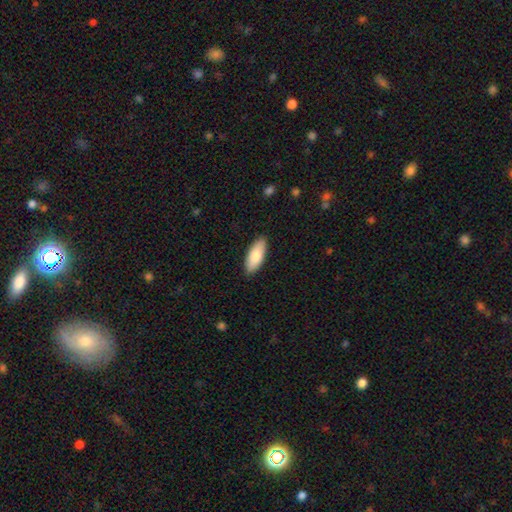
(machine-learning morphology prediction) type=smooth (81%); roundness=in between (82%); merging=none (89%).